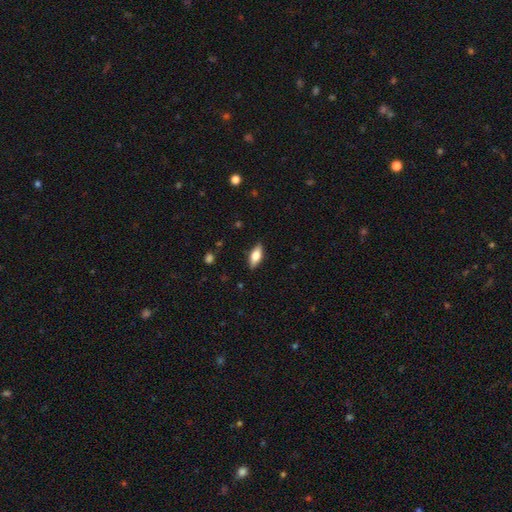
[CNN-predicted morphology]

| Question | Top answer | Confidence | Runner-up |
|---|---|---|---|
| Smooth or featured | smooth | 65% | featured or disk (28%) |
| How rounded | in between | 75% | cigar-shaped (22%) |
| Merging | none | 87% | minor disturbance (10%) |